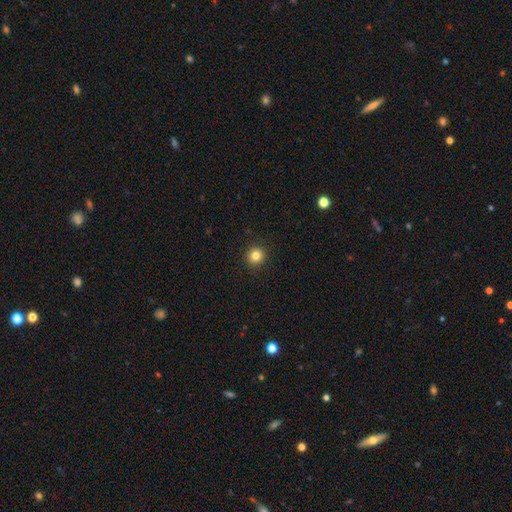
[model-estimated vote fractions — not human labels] A smooth galaxy with no disk features (82%) that is round (94%).

Vote fractions:
- Smooth or featured? smooth: 82% / star or artifact: 13% / featured or disk: 6%
- How rounded? round: 94% / in between: 5% / cigar-shaped: 1%
- Merging? none: 92% / minor disturbance: 5% / major disturbance: 2% / merger: 1%